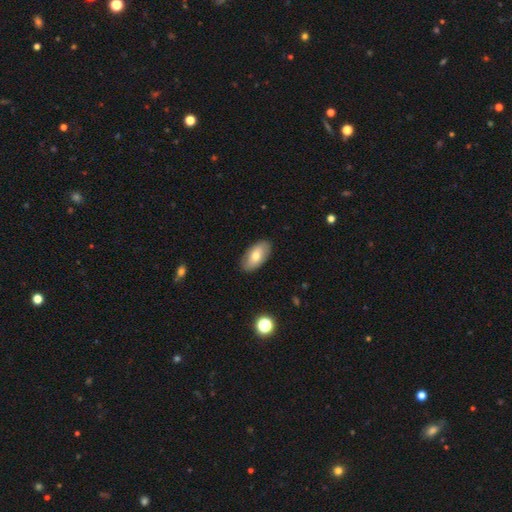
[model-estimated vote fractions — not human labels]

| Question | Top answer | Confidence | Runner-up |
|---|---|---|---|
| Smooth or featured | smooth | 68% | featured or disk (25%) |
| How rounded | in between | 93% | round (3%) |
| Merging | none | 87% | minor disturbance (10%) |